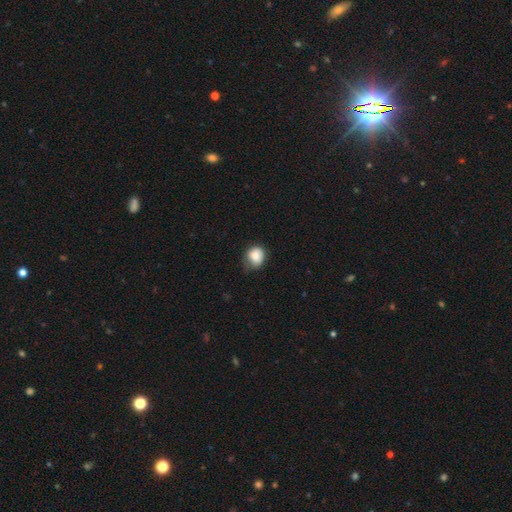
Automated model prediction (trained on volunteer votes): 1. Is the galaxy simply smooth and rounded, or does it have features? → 82% smooth, 9% featured or disk, 9% star or artifact.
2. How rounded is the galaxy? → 67% round, 32% in between, 1% cigar-shaped.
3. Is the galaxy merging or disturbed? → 55% none, 34% minor disturbance, 10% major disturbance, 2% merger.